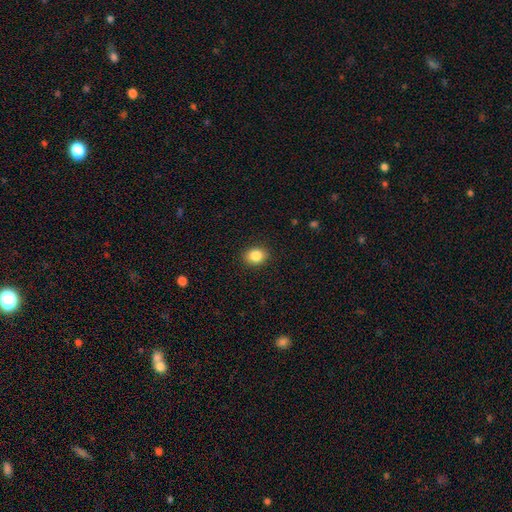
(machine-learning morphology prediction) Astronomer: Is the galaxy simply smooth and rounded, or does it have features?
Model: smooth — 86%.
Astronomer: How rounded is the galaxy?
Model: in between — 50% (runner-up: round, 49%).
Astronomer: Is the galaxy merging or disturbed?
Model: none — 90%.